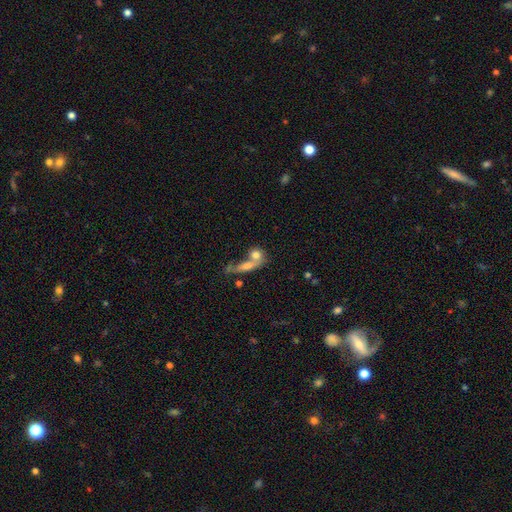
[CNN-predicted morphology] smooth_or_featured: smooth (p=0.72) [alt: featured or disk p=0.18]
how_rounded: round (p=0.54) [alt: in between p=0.35]
merging: merger (p=0.51) [alt: none p=0.31]